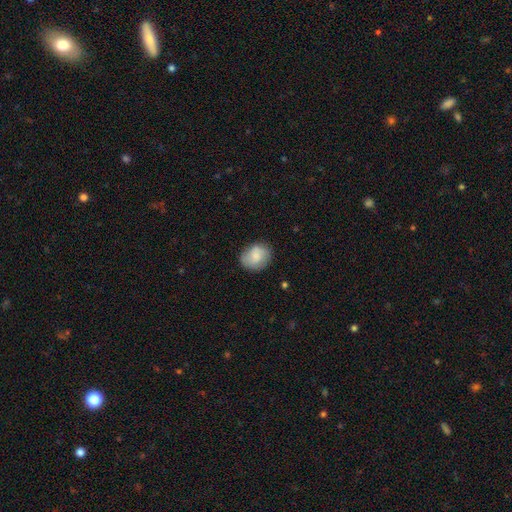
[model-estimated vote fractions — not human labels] Morphology: type=smooth (80%); roundness=round (57%); merging=none (78%).